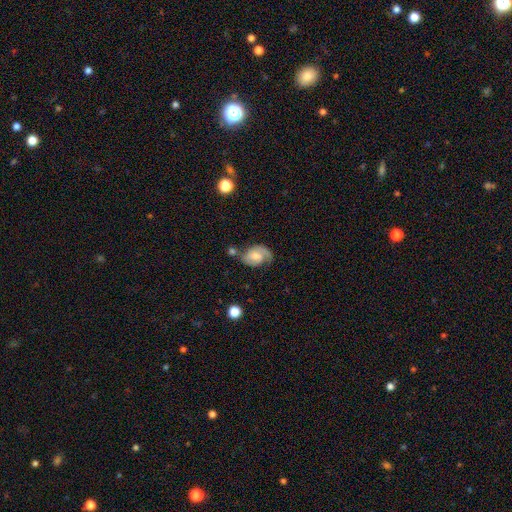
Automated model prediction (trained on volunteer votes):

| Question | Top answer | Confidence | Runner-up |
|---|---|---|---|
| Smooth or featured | featured or disk | 62% | smooth (31%) |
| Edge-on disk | no | 97% | yes (3%) |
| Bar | no | 55% | weak (38%) |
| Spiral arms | yes | 89% | no (11%) |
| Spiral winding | medium | 43% | tight (32%) |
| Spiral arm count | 2 | 52% | 1 (36%) |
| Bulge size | moderate | 49% | small (34%) |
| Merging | none | 47% | minor disturbance (26%) |